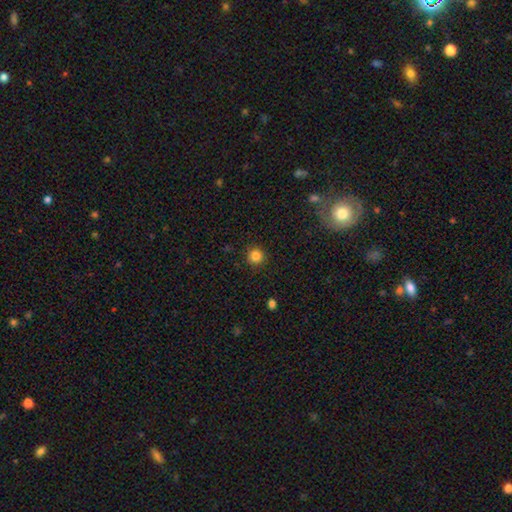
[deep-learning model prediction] A smooth galaxy with no disk features (84%) that is round (94%). Merging: none (90%).